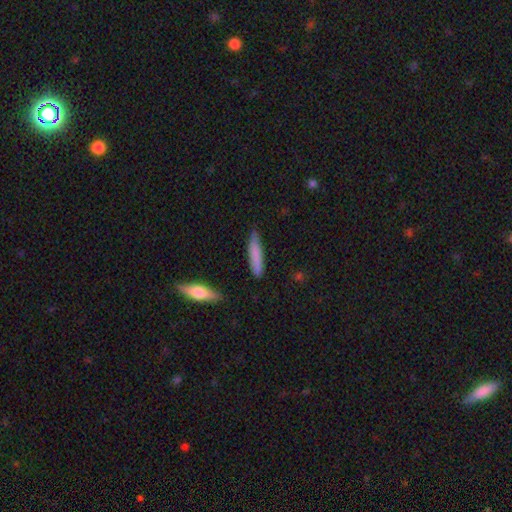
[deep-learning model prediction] A smooth galaxy with no disk features (77%) that is cigar-shaped (87%).

Vote fractions:
- Smooth or featured? smooth: 77% / featured or disk: 17% / star or artifact: 6%
- How rounded? cigar-shaped: 87% / in between: 12% / round: 2%
- Merging? none: 80% / minor disturbance: 16% / major disturbance: 2% / merger: 2%